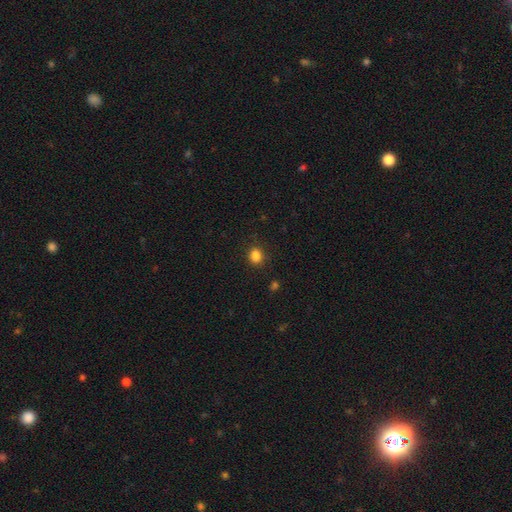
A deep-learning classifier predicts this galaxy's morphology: This is clearly a smooth galaxy (84%). How rounded: likely round (61%). Merging: clearly none (83%).